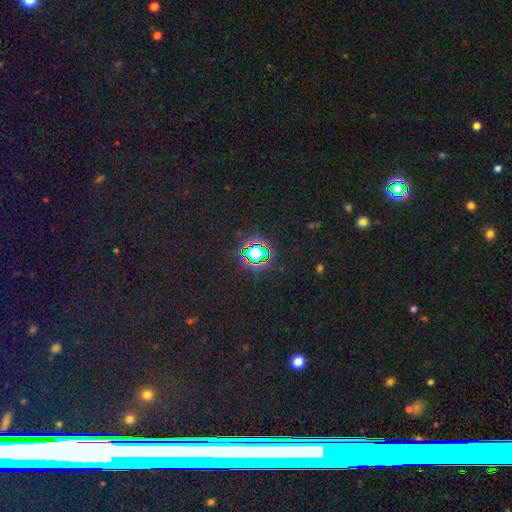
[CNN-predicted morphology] This is likely a star or artifact rather than a galaxy (72%).